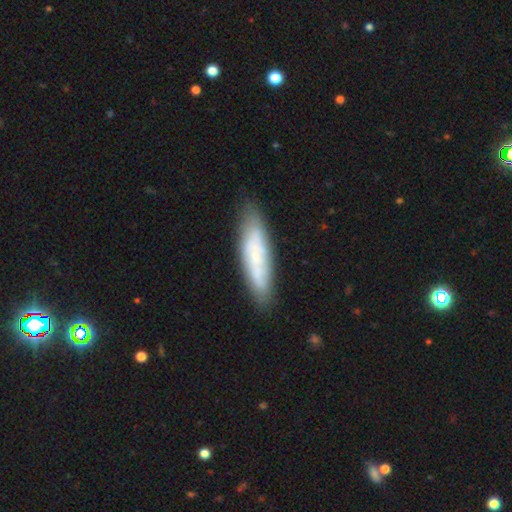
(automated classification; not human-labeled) Smooth or featured: smooth — 51% (featured or disk — 42%)
How rounded: cigar-shaped — 67% (in between — 31%)
Merging: none — 80% (minor disturbance — 15%)